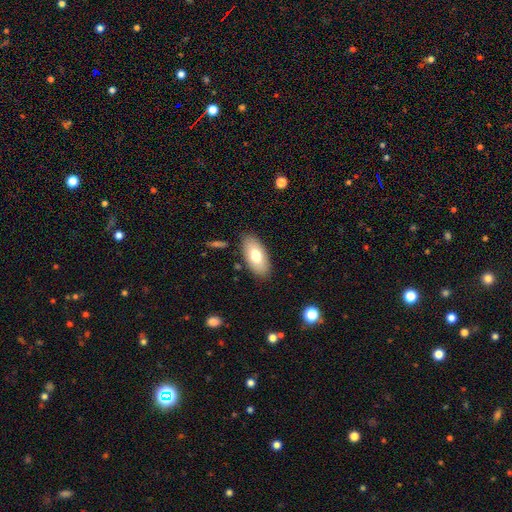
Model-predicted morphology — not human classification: smooth 72%, featured or disk 22%, star or artifact 6%. Down the decision tree: how rounded — in between (92%); merging — none (85%).